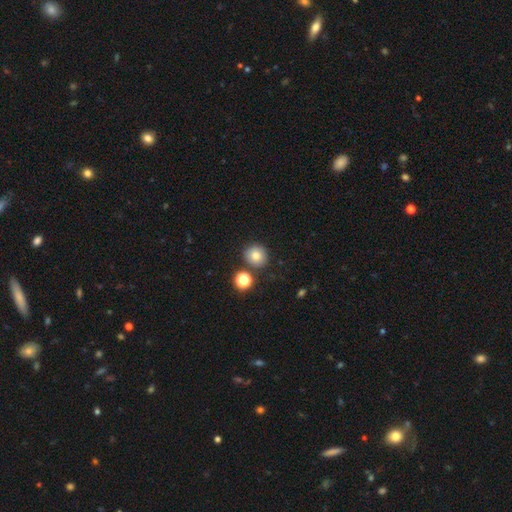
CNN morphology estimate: smooth 77%, star or artifact 14%, featured or disk 10%. Down the decision tree: how rounded — round (92%); merging — none (82%).